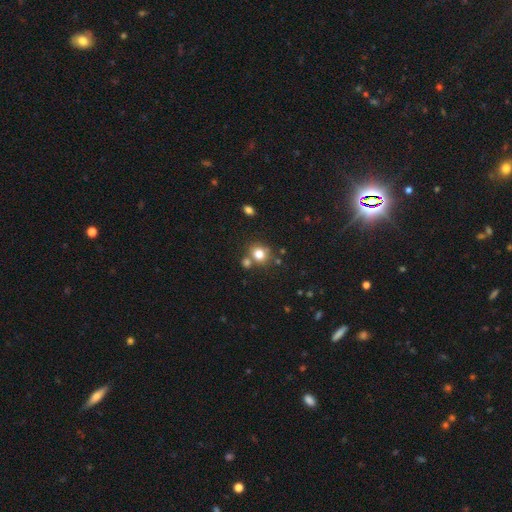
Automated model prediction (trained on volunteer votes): Smooth or featured? Predicted: smooth (p=0.68). How rounded? Predicted: round (p=0.86). Merging? Predicted: none (p=0.69).